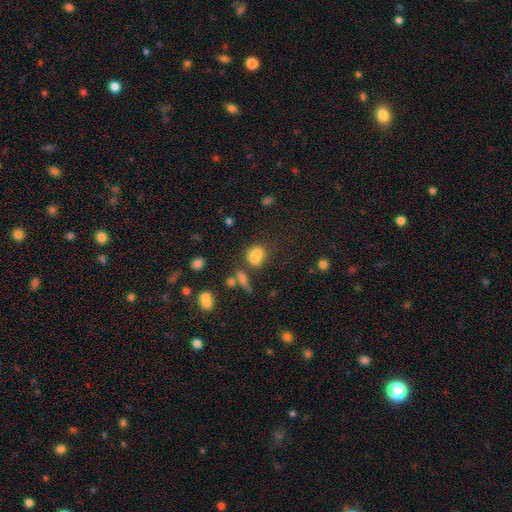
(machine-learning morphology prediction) Q: Smooth or featured?
A: smooth (69%); runner-up: featured or disk (17%)
Q: How rounded?
A: round (62%); runner-up: in between (35%)
Q: Merging?
A: merger (53%); runner-up: none (31%)